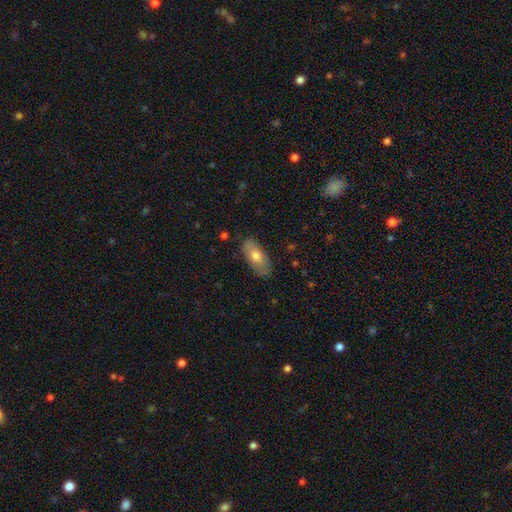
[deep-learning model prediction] Smooth or featured?
  - smooth: 70% *
  - featured or disk: 24%
  - star or artifact: 6%
How rounded?
  - in between: 87% *
  - cigar-shaped: 9%
  - round: 3%
Merging?
  - none: 82% *
  - minor disturbance: 14%
  - major disturbance: 3%
  - merger: 1%